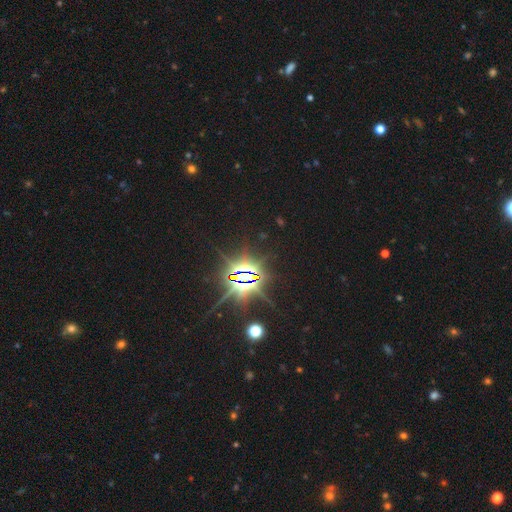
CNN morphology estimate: Smooth or featured?
  - star or artifact: 87% *
  - smooth: 8%
  - featured or disk: 5%